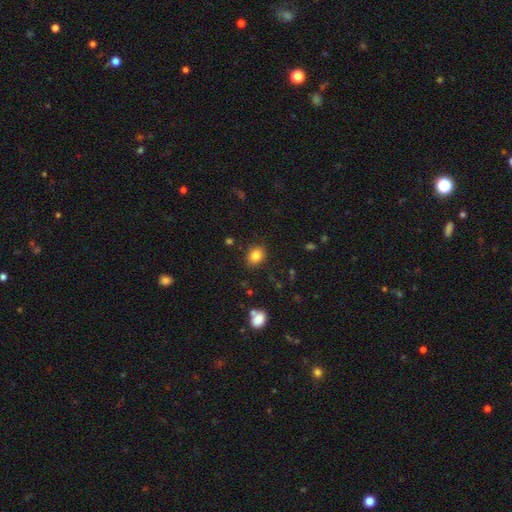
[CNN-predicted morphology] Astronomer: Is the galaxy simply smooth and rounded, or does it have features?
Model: smooth — 83%.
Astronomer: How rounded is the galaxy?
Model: in between — 51% (runner-up: round, 48%).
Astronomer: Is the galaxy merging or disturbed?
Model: none — 85%.